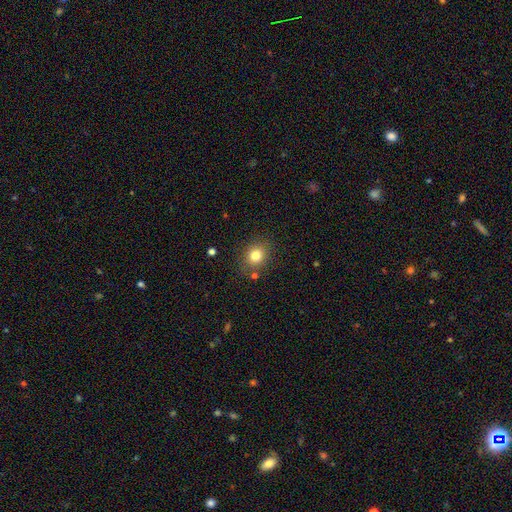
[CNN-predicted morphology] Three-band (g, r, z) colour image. It shows a smooth galaxy with no disk features (80%) that is round (67%). Merging: none (81%).